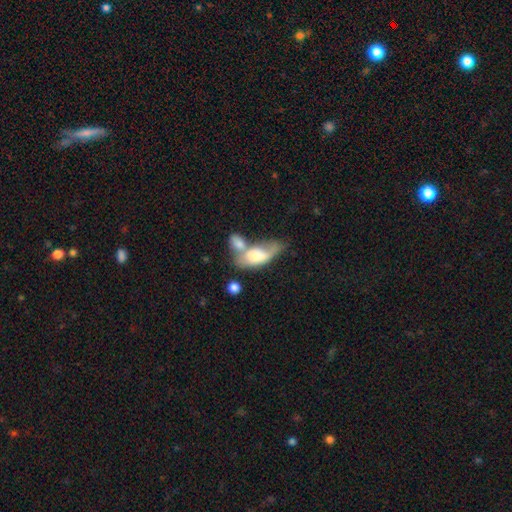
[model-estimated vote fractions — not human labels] Smooth or featured? Predicted: smooth (p=0.65). How rounded? Predicted: in between (p=0.84). Merging? Predicted: merger (p=0.57).